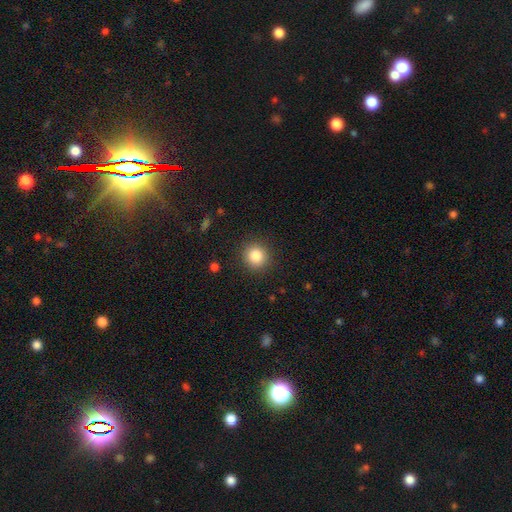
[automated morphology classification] Smooth or featured? Predicted: smooth (p=0.84). How rounded? Predicted: round (p=0.90). Merging? Predicted: none (p=0.90).